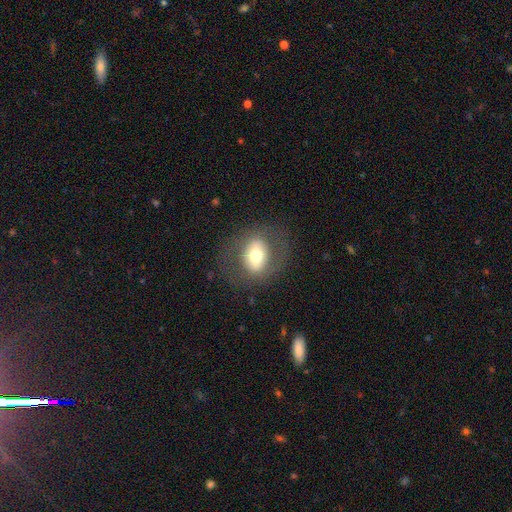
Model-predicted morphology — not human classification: smooth 51%, featured or disk 41%, star or artifact 8%. Down the decision tree: how rounded — in between (55%); merging — none (75%).